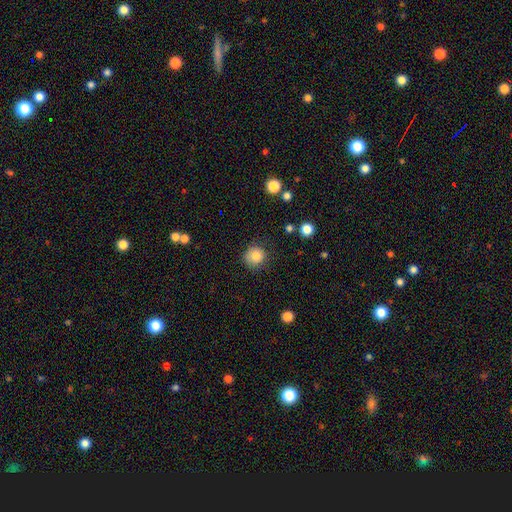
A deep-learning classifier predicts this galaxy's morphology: type=smooth (84%); roundness=round (92%); merging=none (84%).